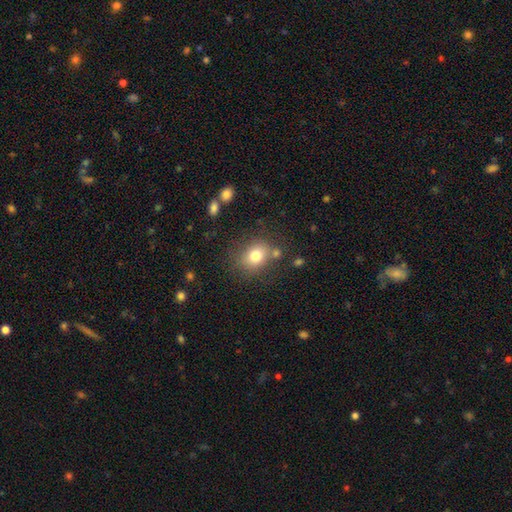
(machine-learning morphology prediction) Smooth or featured? smooth (78%)
How rounded? round (57%)
Merging? none (72%)